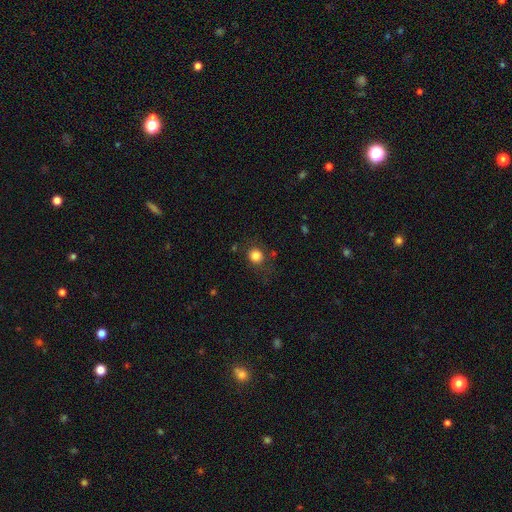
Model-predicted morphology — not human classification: A smooth galaxy with no disk features (82%) that is round (85%).

Vote fractions:
- Smooth or featured? smooth: 82% / star or artifact: 11% / featured or disk: 6%
- How rounded? round: 85% / in between: 14% / cigar-shaped: 1%
- Merging? none: 79% / minor disturbance: 13% / major disturbance: 6% / merger: 2%